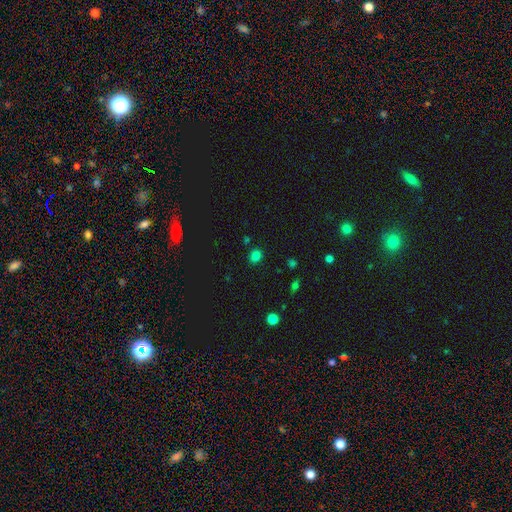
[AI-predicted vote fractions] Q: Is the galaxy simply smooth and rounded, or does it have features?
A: smooth — 77%.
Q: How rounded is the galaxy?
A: round — 64%.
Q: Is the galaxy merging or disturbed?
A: none — 84%.